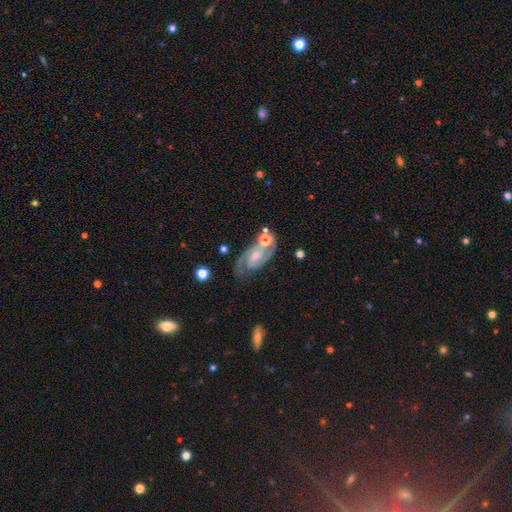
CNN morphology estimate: A featured or disk galaxy (87%) with no bar (44%), 2 (89%) medium (51%) spiral arms (97%) and a moderate central bulge (46%). Merging: none (64%).